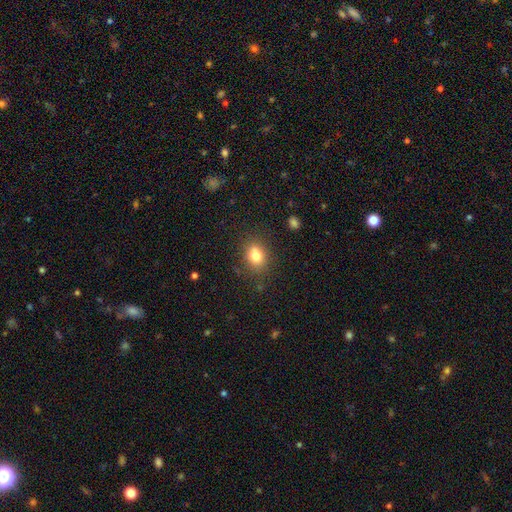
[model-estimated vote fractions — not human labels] Morphology: type=smooth (80%); roundness=in between (52%); merging=none (79%).